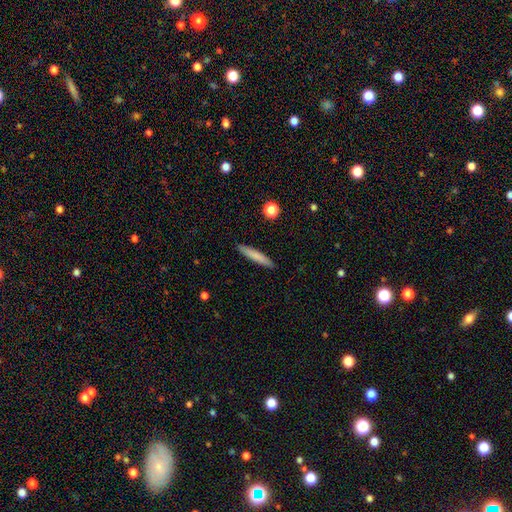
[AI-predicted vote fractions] The model was most divided on "smooth or featured": smooth: 79%, featured or disk: 15%, star or artifact: 6%. More confident: how rounded — cigar-shaped (93%); merging — none (91%).